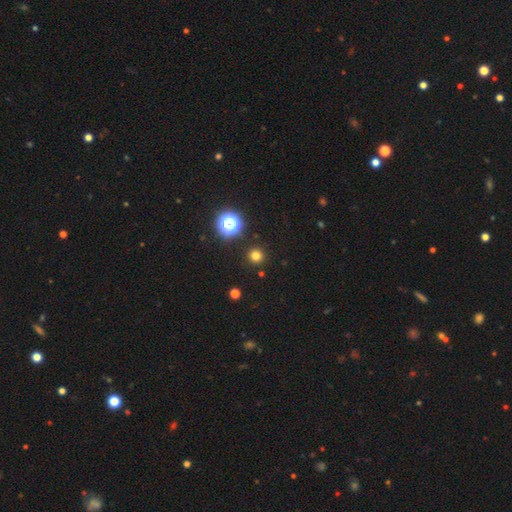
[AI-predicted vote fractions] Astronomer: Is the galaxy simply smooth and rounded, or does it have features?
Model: smooth — 75%.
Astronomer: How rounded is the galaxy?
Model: round — 95%.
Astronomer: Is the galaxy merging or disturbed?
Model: none — 92%.